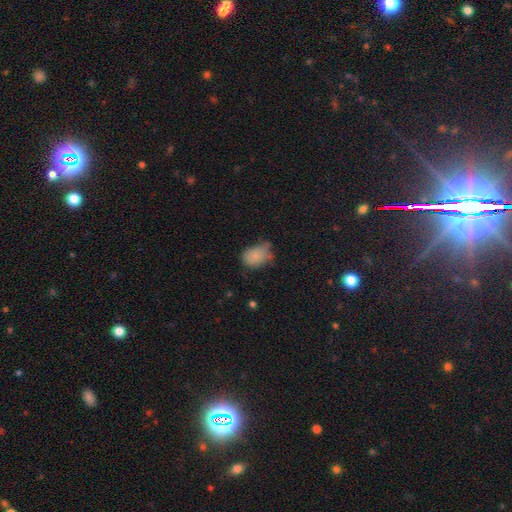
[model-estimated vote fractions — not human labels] smooth 81%, star or artifact 10%, featured or disk 9%. Down the decision tree: how rounded — in between (73%); merging — none (44%).